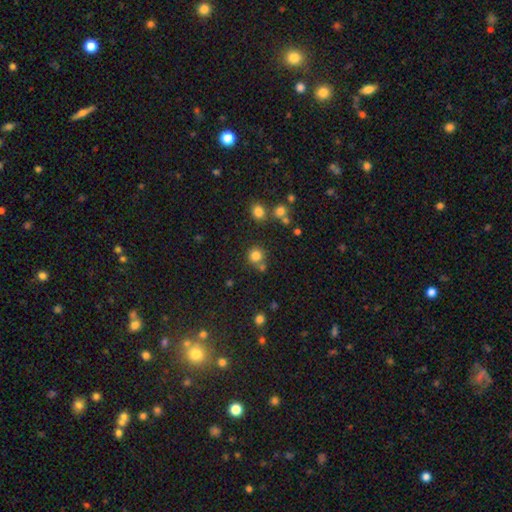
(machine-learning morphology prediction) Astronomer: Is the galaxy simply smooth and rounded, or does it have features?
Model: smooth — 79%.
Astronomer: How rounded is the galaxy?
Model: round — 91%.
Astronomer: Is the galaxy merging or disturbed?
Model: none — 70%.